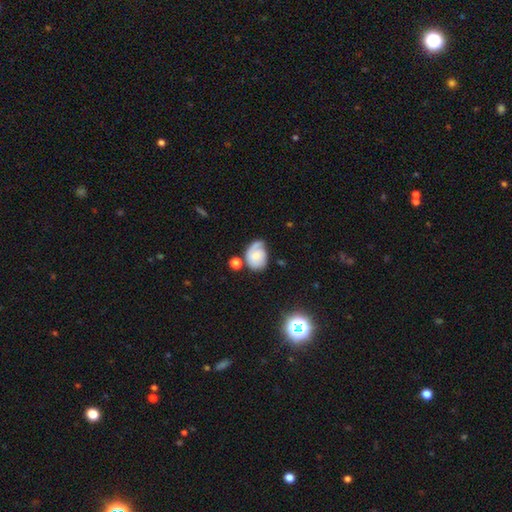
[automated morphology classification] type=smooth (47%); merging=none (41%).